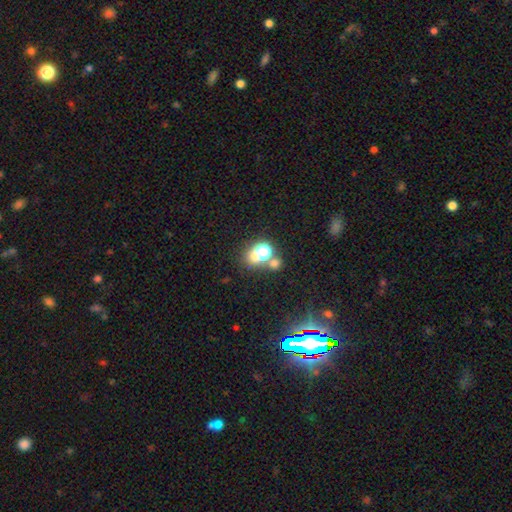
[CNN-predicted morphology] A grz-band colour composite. It shows a smooth galaxy with no disk features (56%) that is round (65%). Merging: none (46%).